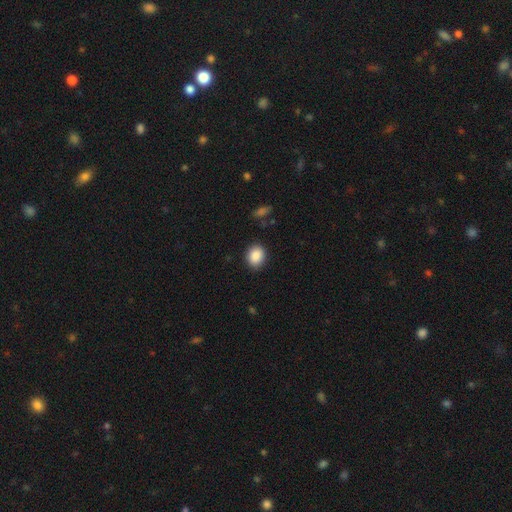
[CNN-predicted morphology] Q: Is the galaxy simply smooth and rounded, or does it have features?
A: smooth — 89%.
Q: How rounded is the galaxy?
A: round — 55%.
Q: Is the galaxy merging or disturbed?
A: none — 87%.